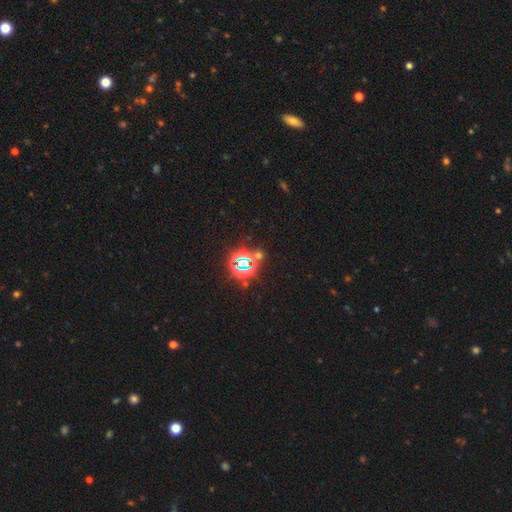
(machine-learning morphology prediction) The model was most divided on "smooth or featured": star or artifact: 79%, smooth: 13%, featured or disk: 8%.